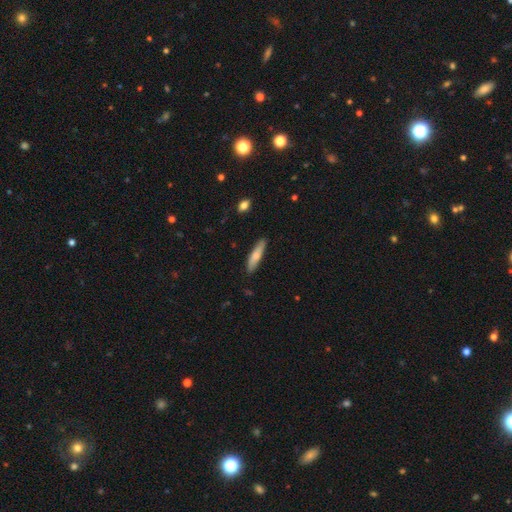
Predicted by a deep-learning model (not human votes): Smooth or featured?
  - smooth: 68% *
  - featured or disk: 27%
  - star or artifact: 6%
How rounded?
  - cigar-shaped: 82% *
  - in between: 17%
  - round: 2%
Merging?
  - none: 86% *
  - minor disturbance: 11%
  - major disturbance: 2%
  - merger: 1%